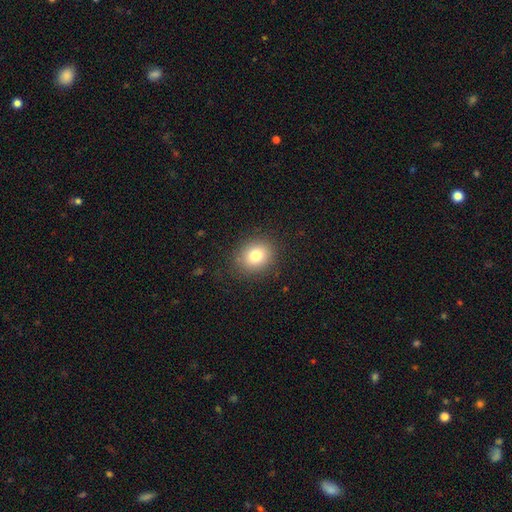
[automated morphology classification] smooth-or-featured: smooth: 79% | star or artifact: 11% | featured or disk: 9%
  how-rounded: round: 65% | in between: 34% | cigar-shaped: 1%
  merging: none: 86% | minor disturbance: 9% | major disturbance: 3% | merger: 1%